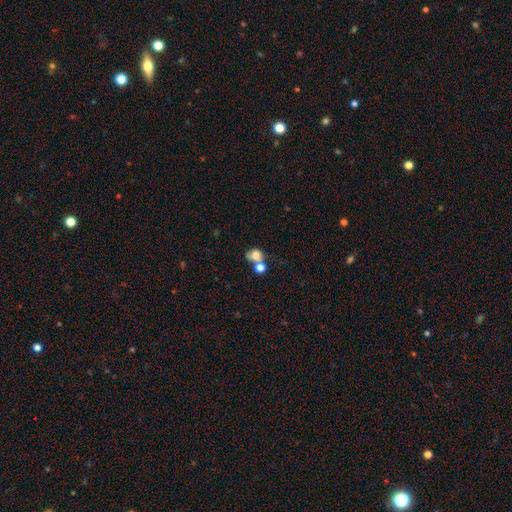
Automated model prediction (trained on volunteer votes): Smooth or featured? smooth (72%)
How rounded? round (61%)
Merging? merger (54%)